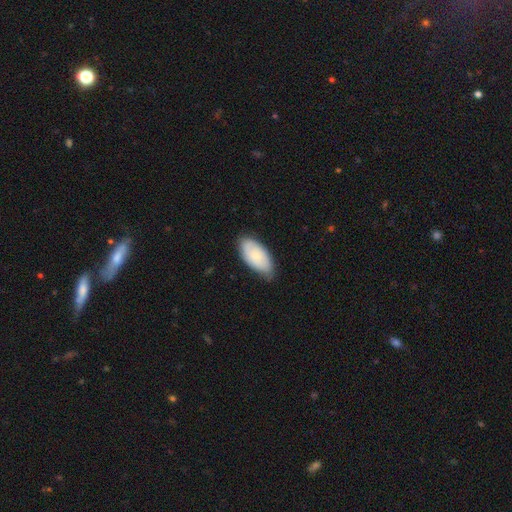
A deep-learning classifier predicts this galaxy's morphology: smooth-or-featured: smooth: 67% | featured or disk: 27% | star or artifact: 6%
  how-rounded: in between: 94% | cigar-shaped: 4% | round: 2%
  merging: none: 66% | minor disturbance: 29% | major disturbance: 4% | merger: 1%